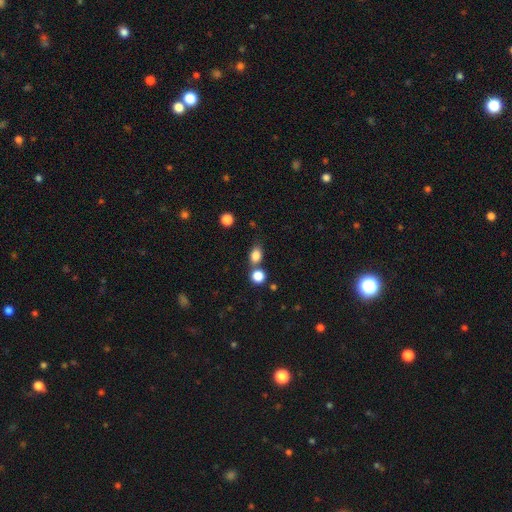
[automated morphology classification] Smooth or featured?
  - smooth: 83% *
  - star or artifact: 11%
  - featured or disk: 6%
How rounded?
  - in between: 65% *
  - round: 33%
  - cigar-shaped: 2%
Merging?
  - none: 58% *
  - merger: 25%
  - minor disturbance: 12%
  - major disturbance: 4%